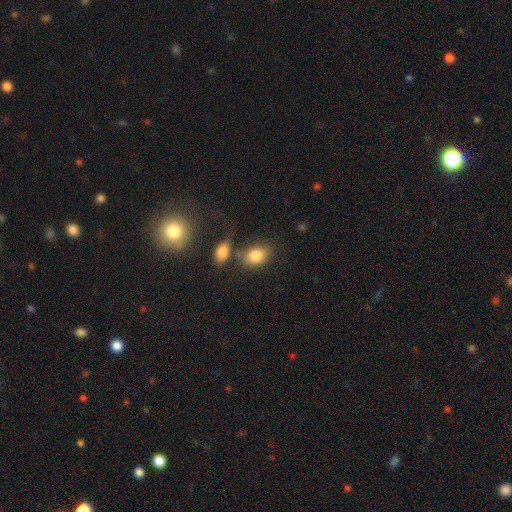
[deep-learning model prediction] smooth-or-featured: smooth: 83% | star or artifact: 9% | featured or disk: 8%
  how-rounded: in between: 70% | round: 29% | cigar-shaped: 1%
  merging: none: 56% | merger: 19% | minor disturbance: 17% | major disturbance: 8%